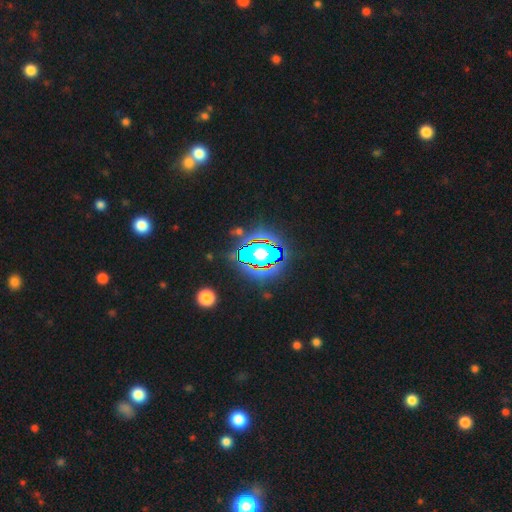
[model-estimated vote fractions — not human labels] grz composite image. It shows a star or artifact, not a galaxy (78%).